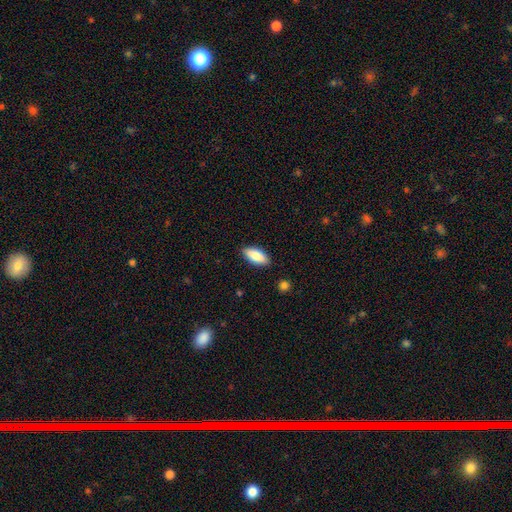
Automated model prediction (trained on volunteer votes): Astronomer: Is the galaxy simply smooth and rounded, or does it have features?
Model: smooth — 83%.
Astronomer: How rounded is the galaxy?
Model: in between — 85%.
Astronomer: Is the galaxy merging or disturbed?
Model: none — 87%.